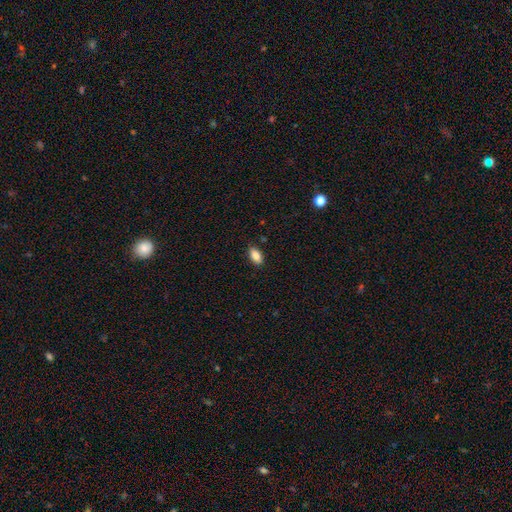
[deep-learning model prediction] This is clearly a smooth galaxy (84%). How rounded: clearly in between (91%). Merging: clearly none (86%).